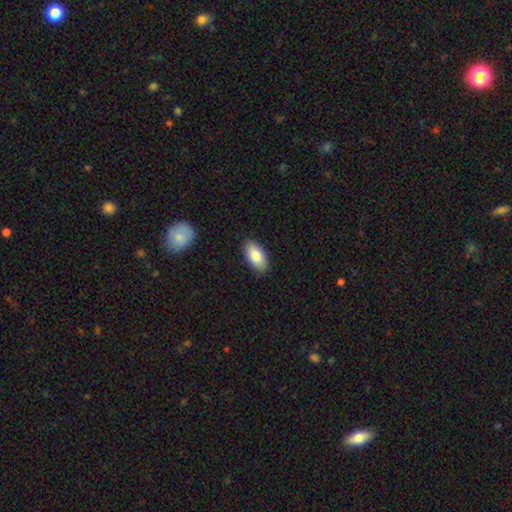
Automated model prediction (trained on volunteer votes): Smooth or featured?
  - smooth: 83% *
  - featured or disk: 11%
  - star or artifact: 6%
How rounded?
  - in between: 93% *
  - cigar-shaped: 4%
  - round: 3%
Merging?
  - none: 87% *
  - minor disturbance: 10%
  - major disturbance: 2%
  - merger: 1%